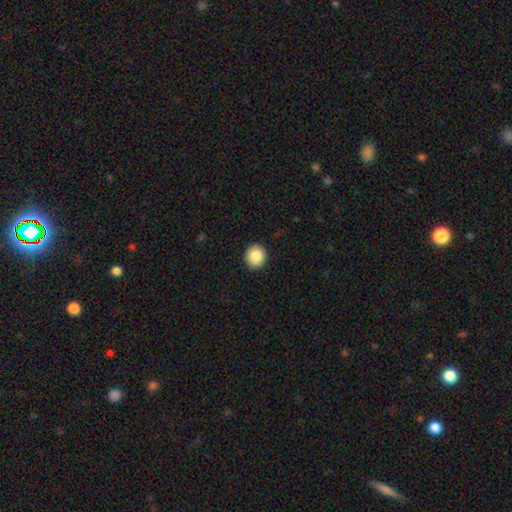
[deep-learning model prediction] Smooth or featured: smooth — 87% (star or artifact — 8%)
How rounded: round — 85% (in between — 14%)
Merging: none — 92% (minor disturbance — 5%)